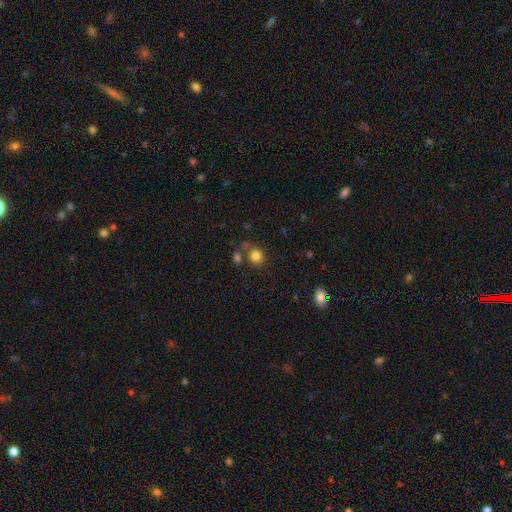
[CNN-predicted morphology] Overall: smooth (82%). How rounded: round (83%). Merging: none (70%).